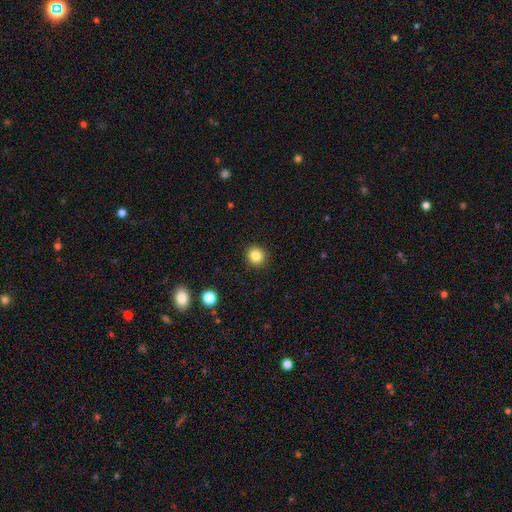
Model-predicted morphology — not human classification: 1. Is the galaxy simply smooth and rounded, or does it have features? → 84% smooth, 11% star or artifact, 5% featured or disk.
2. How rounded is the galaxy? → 89% round, 11% in between, 1% cigar-shaped.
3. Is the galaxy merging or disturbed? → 92% none, 5% minor disturbance, 2% major disturbance, 1% merger.